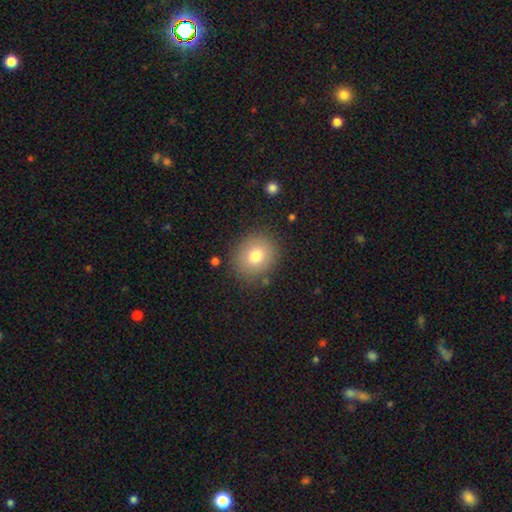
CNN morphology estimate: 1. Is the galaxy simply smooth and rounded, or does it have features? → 77% smooth, 13% featured or disk, 11% star or artifact.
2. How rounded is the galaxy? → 73% round, 26% in between, 1% cigar-shaped.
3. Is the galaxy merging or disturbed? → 84% none, 10% minor disturbance, 4% major disturbance, 2% merger.